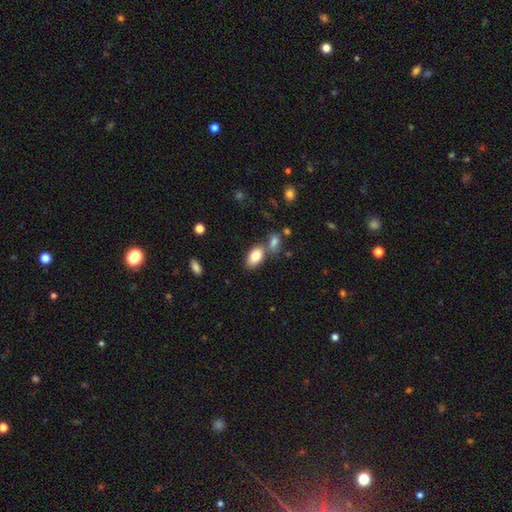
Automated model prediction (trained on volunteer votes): Smooth or featured? Predicted: smooth (p=0.82). How rounded? Predicted: in between (p=0.93). Merging? Predicted: none (p=0.59).